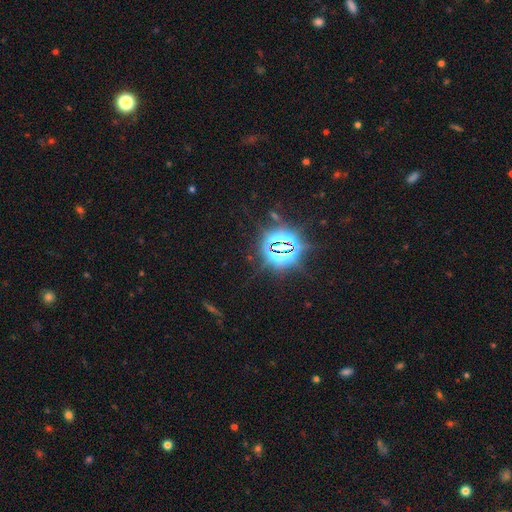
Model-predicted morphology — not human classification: smooth_or_featured: star or artifact (p=0.84) [alt: smooth p=0.10]